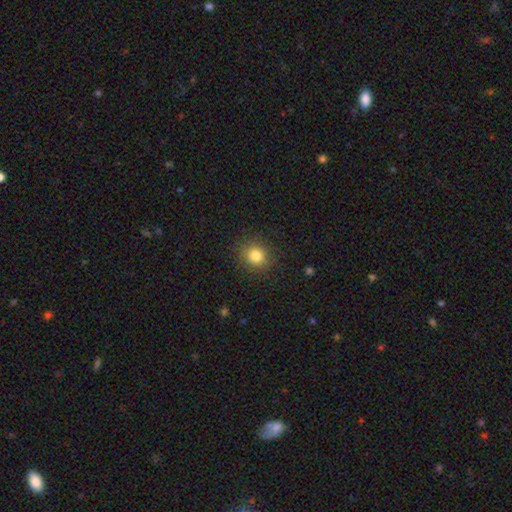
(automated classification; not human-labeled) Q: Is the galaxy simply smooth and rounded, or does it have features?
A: smooth — 82%.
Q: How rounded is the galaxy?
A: round — 85%.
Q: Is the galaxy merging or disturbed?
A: none — 89%.